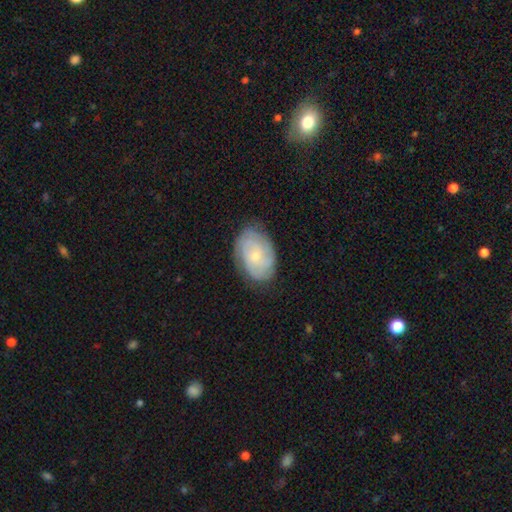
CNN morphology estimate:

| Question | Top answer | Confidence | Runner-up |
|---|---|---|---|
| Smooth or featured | featured or disk | 65% | smooth (29%) |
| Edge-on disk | no | 97% | yes (3%) |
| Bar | no | 70% | weak (26%) |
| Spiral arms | yes | 89% | no (11%) |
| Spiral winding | tight | 64% | medium (28%) |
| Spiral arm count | can't tell | 43% | 2 (23%) |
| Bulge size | small | 66% | moderate (29%) |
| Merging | none | 78% | minor disturbance (17%) |